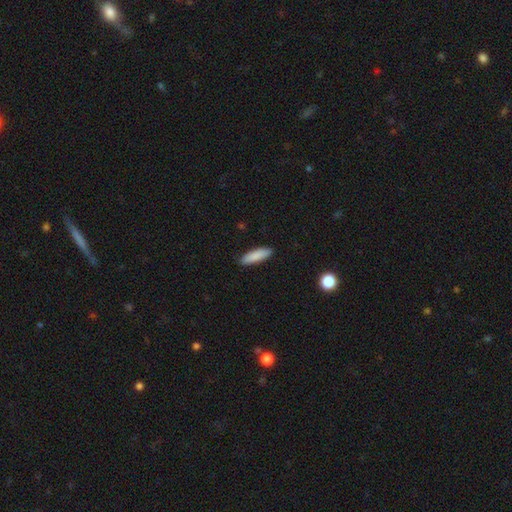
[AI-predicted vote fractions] Smooth or featured? Predicted: smooth (p=0.88). How rounded? Predicted: cigar-shaped (p=0.61). Merging? Predicted: none (p=0.90).